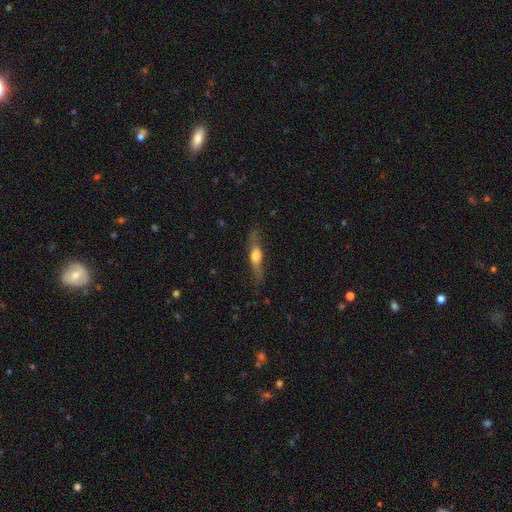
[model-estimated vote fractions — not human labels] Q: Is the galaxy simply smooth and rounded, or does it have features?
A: featured or disk — 54%.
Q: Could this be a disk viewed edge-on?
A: yes — 89%.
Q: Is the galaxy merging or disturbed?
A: none — 77%.